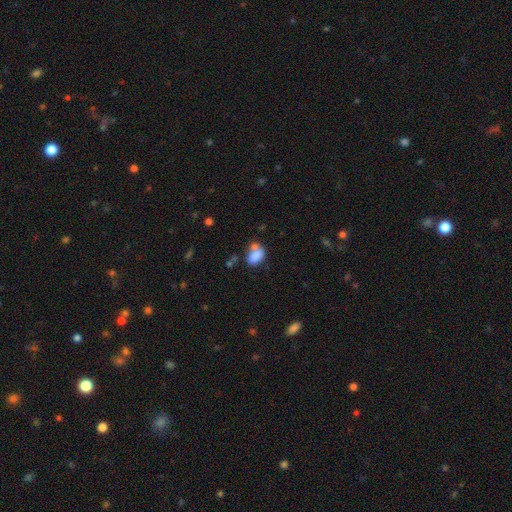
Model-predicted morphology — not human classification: smooth_or_featured: smooth (p=0.80) [alt: featured or disk p=0.11]
how_rounded: in between (p=0.81) [alt: round p=0.17]
merging: none (p=0.40) [alt: merger p=0.30]